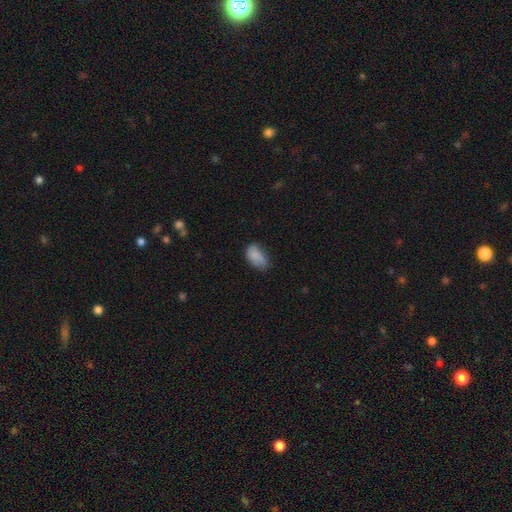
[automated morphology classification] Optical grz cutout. It shows a smooth galaxy with no disk features (83%) that is in between round and cigar-shaped (92%). Merging: none (54%).